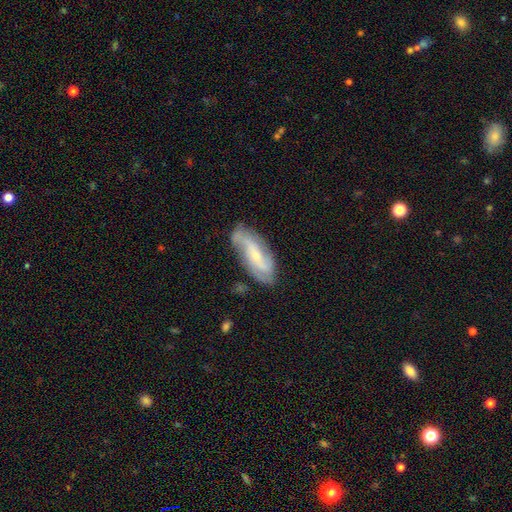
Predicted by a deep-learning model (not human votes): This appears to be a featured or disk galaxy (77%) with no bar (45%), 2 (58%) medium (42%) spiral arms (92%) and a small central bulge (68%). Merging: none (70%).